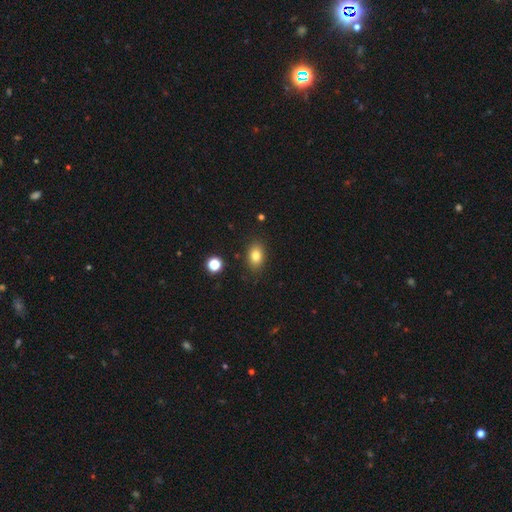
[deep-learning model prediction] This appears to be a smooth galaxy with no disk features (81%) that is in between round and cigar-shaped (79%). Merging: none (86%).